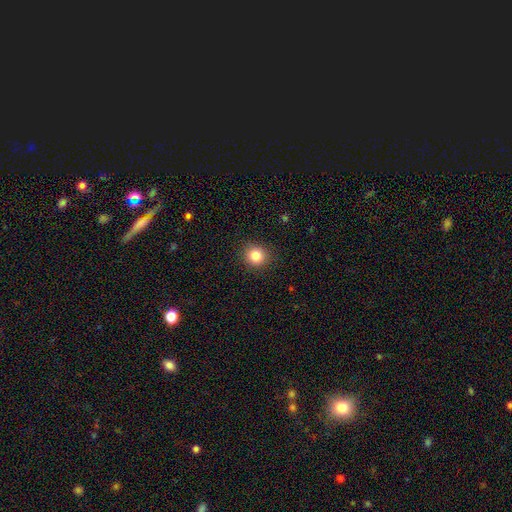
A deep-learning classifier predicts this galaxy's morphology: smooth-or-featured: smooth: 83% | star or artifact: 11% | featured or disk: 5%
  how-rounded: round: 89% | in between: 10% | cigar-shaped: 1%
  merging: none: 90% | minor disturbance: 7% | major disturbance: 2% | merger: 1%